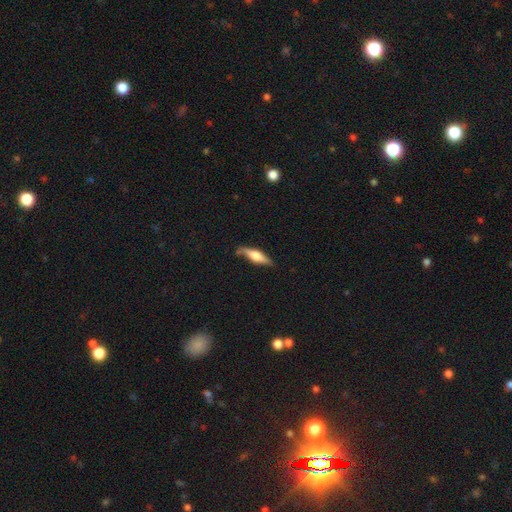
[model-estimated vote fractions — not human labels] Smooth or featured?
  - featured or disk: 53% *
  - smooth: 41%
  - star or artifact: 6%
Edge-on disk?
  - yes: 92% *
  - no: 8%
Merging?
  - none: 72% *
  - minor disturbance: 20%
  - major disturbance: 5%
  - merger: 4%